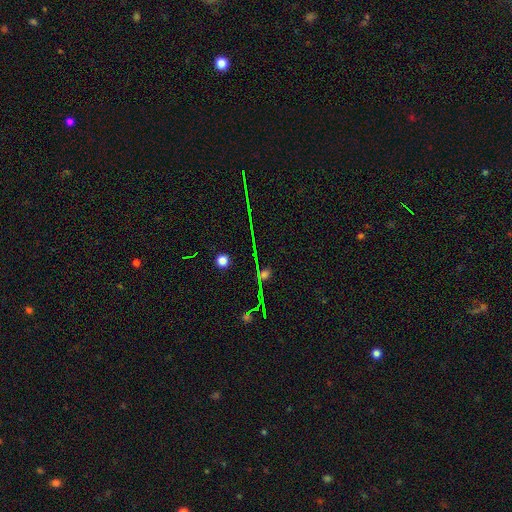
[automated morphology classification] Smooth or featured?
  - star or artifact: 66% *
  - smooth: 18%
  - featured or disk: 16%